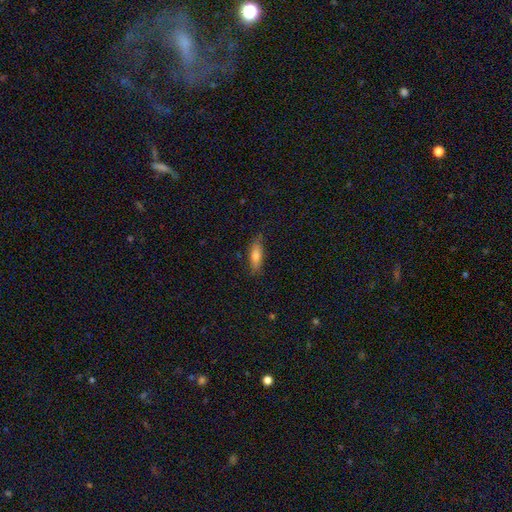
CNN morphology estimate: Smooth or featured: smooth — 73% (featured or disk — 20%)
How rounded: in between — 56% (cigar-shaped — 42%)
Merging: none — 79% (minor disturbance — 17%)